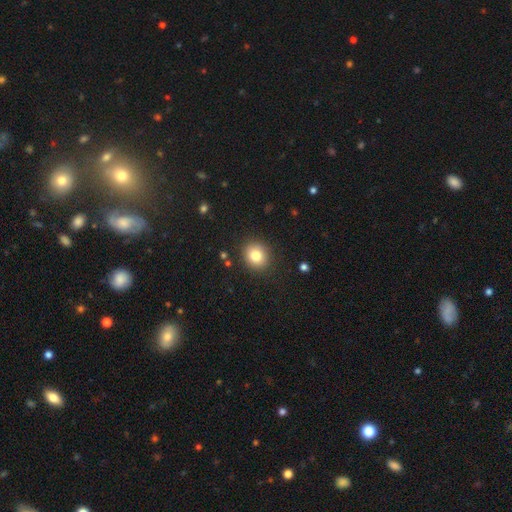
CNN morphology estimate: This is clearly a smooth galaxy (81%). How rounded: likely round (78%). Merging: clearly none (89%).